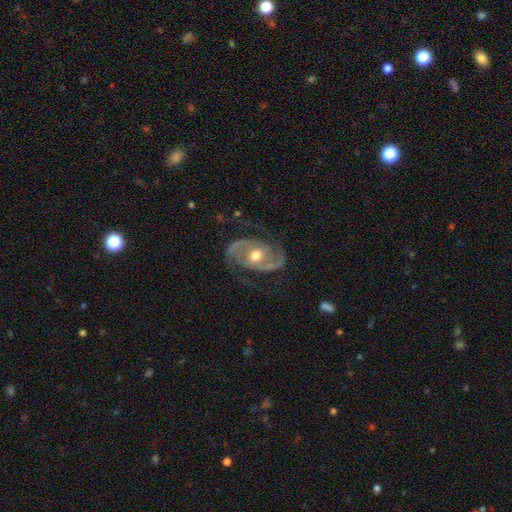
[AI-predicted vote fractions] Smooth or featured?
  - featured or disk: 91% *
  - smooth: 5%
  - star or artifact: 4%
Edge-on disk?
  - no: 97% *
  - yes: 3%
Bar?
  - no: 68% *
  - weak: 25%
  - strong: 8%
Spiral arms?
  - yes: 97% *
  - no: 3%
Spiral winding?
  - medium: 51% *
  - tight: 27%
  - loose: 22%
Spiral arm count?
  - 2: 87% *
  - 3: 4%
  - can't tell: 3%
  - 1: 2%
  - 4: 2%
  - more than 4: 2%
Bulge size?
  - moderate: 79% *
  - small: 10%
  - large: 9%
  - none: 1%
  - dominant: 1%
Merging?
  - none: 73% *
  - minor disturbance: 16%
  - major disturbance: 9%
  - merger: 1%